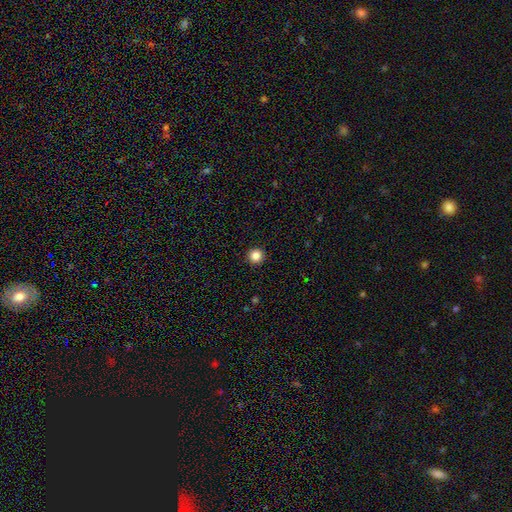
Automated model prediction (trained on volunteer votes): Smooth or featured? smooth (86%)
How rounded? round (96%)
Merging? none (93%)